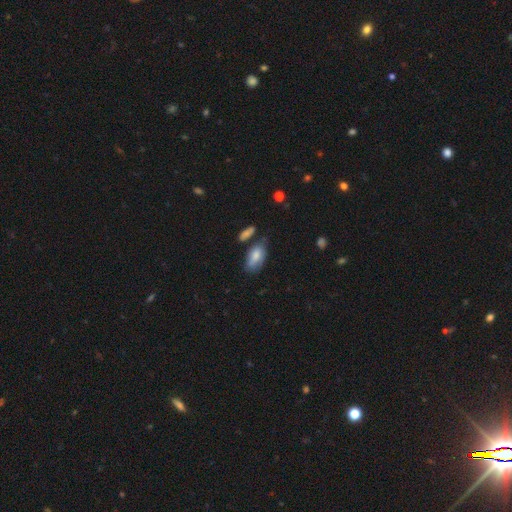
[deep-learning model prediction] smooth_or_featured: smooth (p=0.76) [alt: featured or disk p=0.17]
how_rounded: in between (p=0.90) [alt: cigar-shaped p=0.06]
merging: none (p=0.55) [alt: minor disturbance p=0.28]